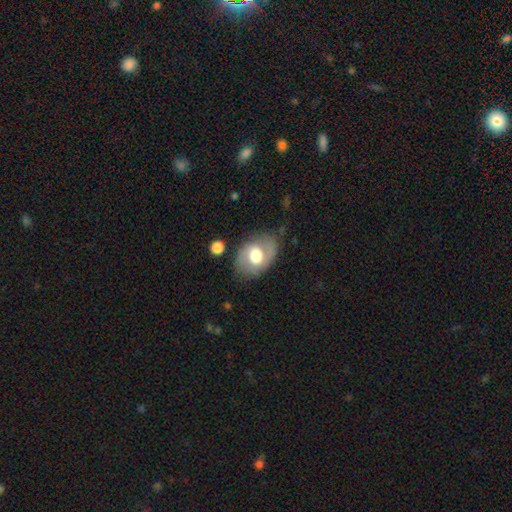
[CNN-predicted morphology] type=featured or disk (47%, tied with smooth); merging=none (69%).